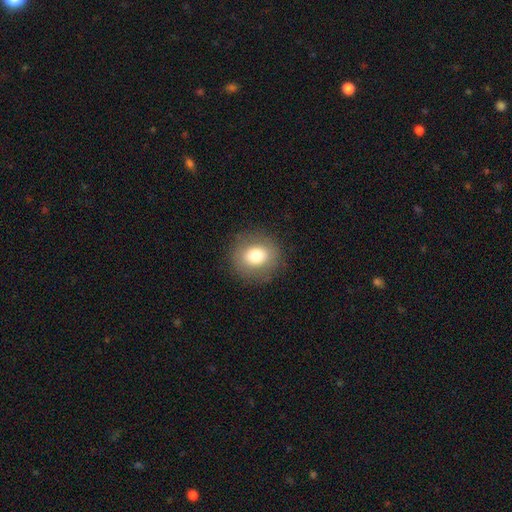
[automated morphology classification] Q: Smooth or featured?
A: smooth (75%); runner-up: featured or disk (15%)
Q: How rounded?
A: round (82%); runner-up: in between (17%)
Q: Merging?
A: none (87%); runner-up: minor disturbance (8%)